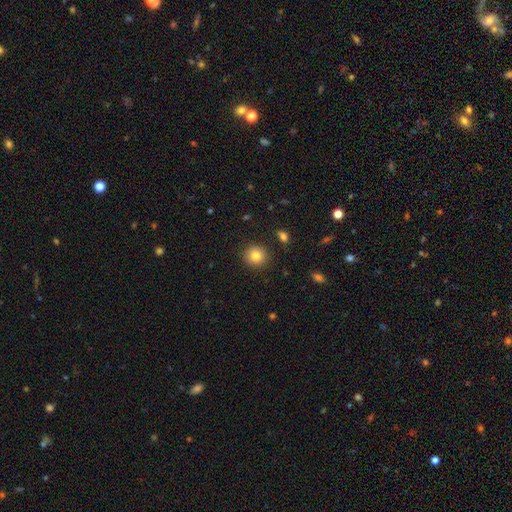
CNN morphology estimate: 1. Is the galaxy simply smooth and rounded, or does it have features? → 82% smooth, 10% star or artifact, 8% featured or disk.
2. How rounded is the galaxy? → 90% round, 9% in between, 1% cigar-shaped.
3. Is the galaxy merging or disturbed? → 90% none, 7% minor disturbance, 2% major disturbance, 2% merger.